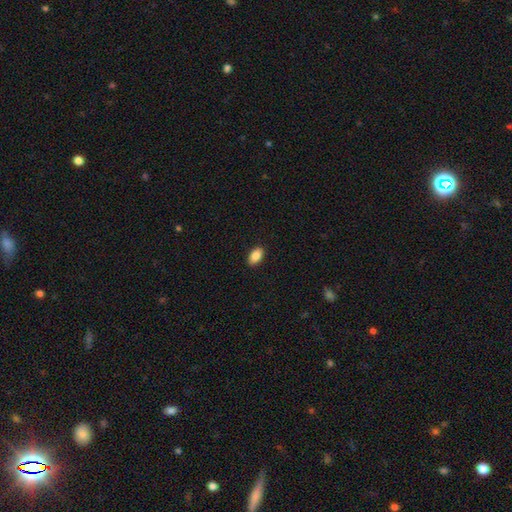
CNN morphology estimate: Smooth or featured? Predicted: smooth (p=0.88). How rounded? Predicted: in between (p=0.93). Merging? Predicted: none (p=0.90).